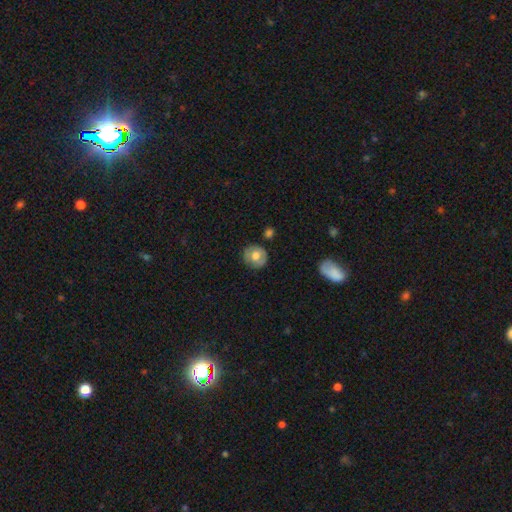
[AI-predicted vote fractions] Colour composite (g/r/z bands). It shows a smooth galaxy with no disk features (62%) that is round (86%). Merging: none (79%).